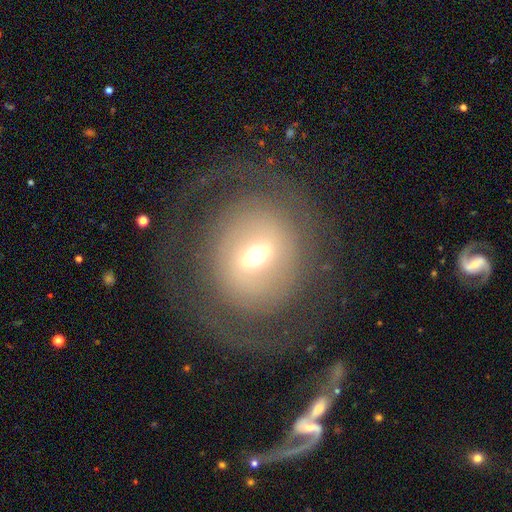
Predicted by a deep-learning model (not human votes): Morphology: type=featured or disk (61%); edge-on=no (94%); bar=weak (42%); spiral arms=yes (51%); bulge=moderate (62%); merging=none (64%).